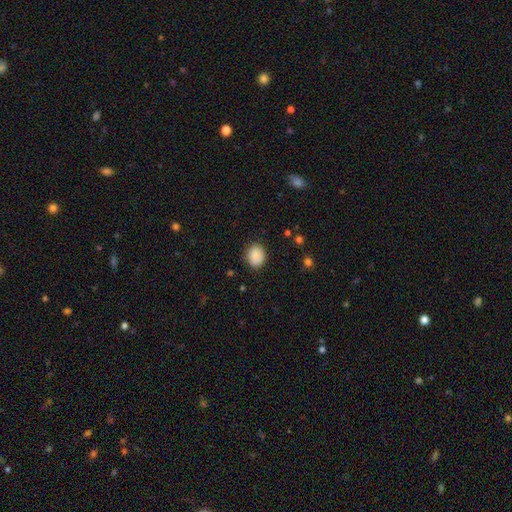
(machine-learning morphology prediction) type=smooth (88%); roundness=in between (50%); merging=none (81%).